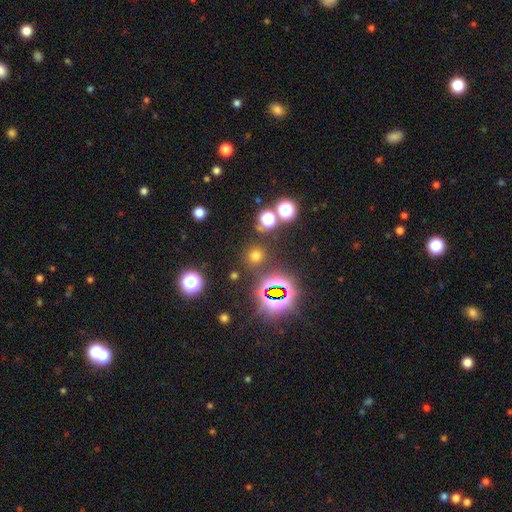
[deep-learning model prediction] A smooth galaxy with no disk features (57%) that is round (88%). Merging: none (82%).